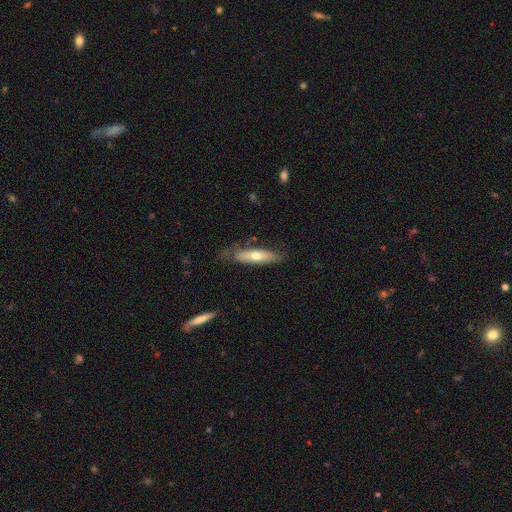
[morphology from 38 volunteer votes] smooth_or_featured: smooth (p=0.74) [alt: featured or disk p=0.26]
how_rounded: cigar-shaped (p=0.54) [alt: in between p=0.46]
merging: none (p=0.55) [alt: minor disturbance p=0.26]